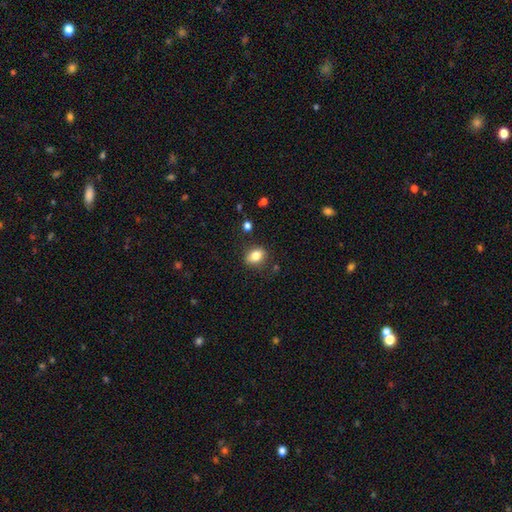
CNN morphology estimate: The model was most divided on "how rounded": in between: 68%, round: 31%, cigar-shaped: 1%. More confident: merging — none (82%); smooth or featured — smooth (81%).